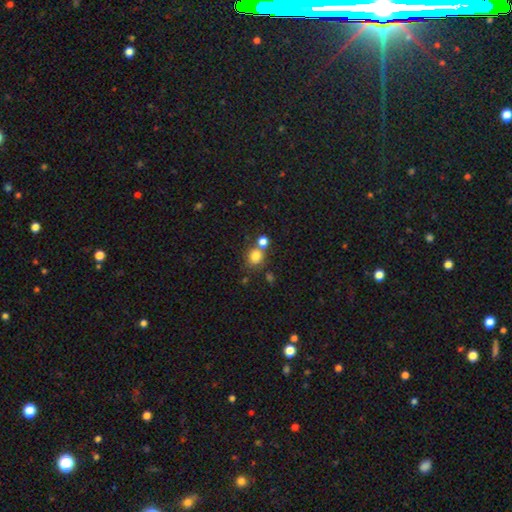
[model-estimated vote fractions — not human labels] Smooth or featured? Predicted: smooth (p=0.80). How rounded? Predicted: round (p=0.80). Merging? Predicted: none (p=0.57).